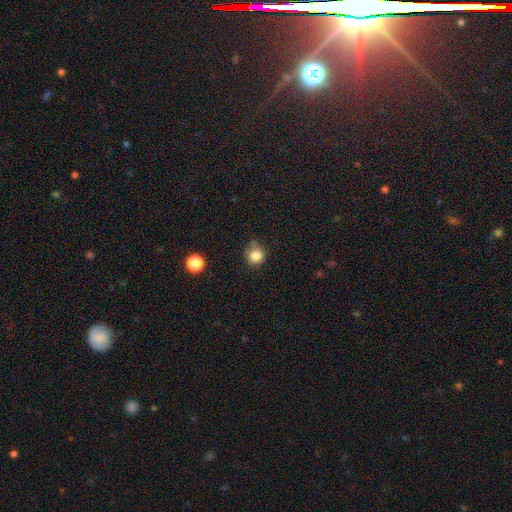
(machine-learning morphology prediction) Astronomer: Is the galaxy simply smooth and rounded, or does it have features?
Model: smooth — 83%.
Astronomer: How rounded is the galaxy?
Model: round — 90%.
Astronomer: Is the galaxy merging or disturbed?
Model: none — 65%.